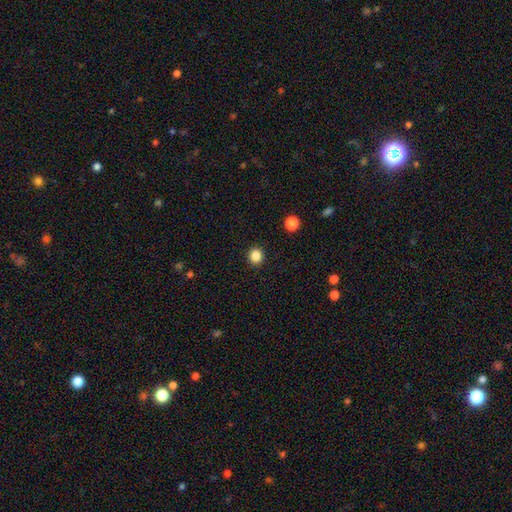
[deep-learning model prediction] Smooth or featured? Predicted: smooth (p=0.85). How rounded? Predicted: round (p=0.89). Merging? Predicted: none (p=0.92).